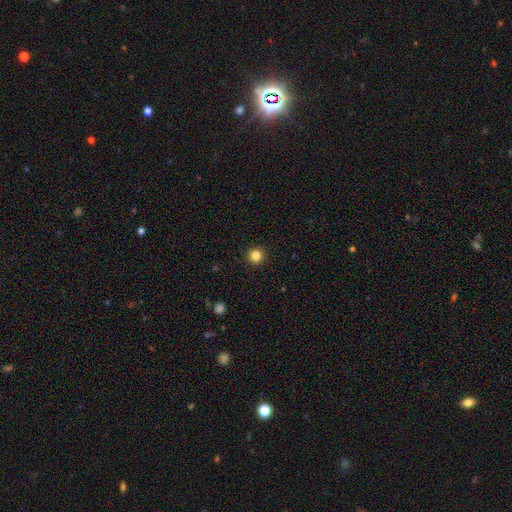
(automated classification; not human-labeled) A smooth galaxy with no disk features (84%) that is round (94%).

Vote fractions:
- Smooth or featured? smooth: 84% / star or artifact: 12% / featured or disk: 4%
- How rounded? round: 94% / in between: 5% / cigar-shaped: 1%
- Merging? none: 92% / minor disturbance: 5% / major disturbance: 2% / merger: 1%